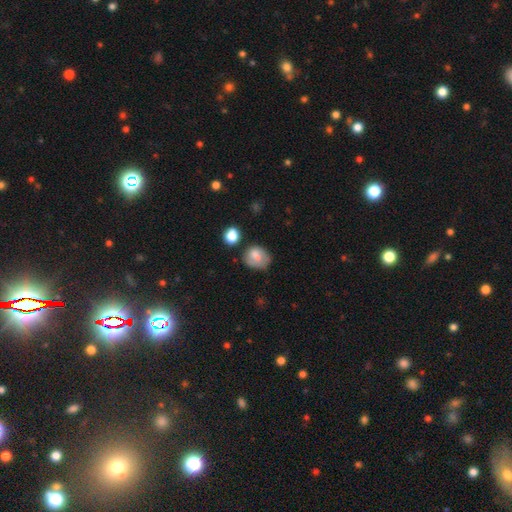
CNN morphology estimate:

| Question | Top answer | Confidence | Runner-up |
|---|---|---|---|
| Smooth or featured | smooth | 73% | featured or disk (18%) |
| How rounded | round | 55% | in between (44%) |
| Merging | none | 57% | minor disturbance (27%) |